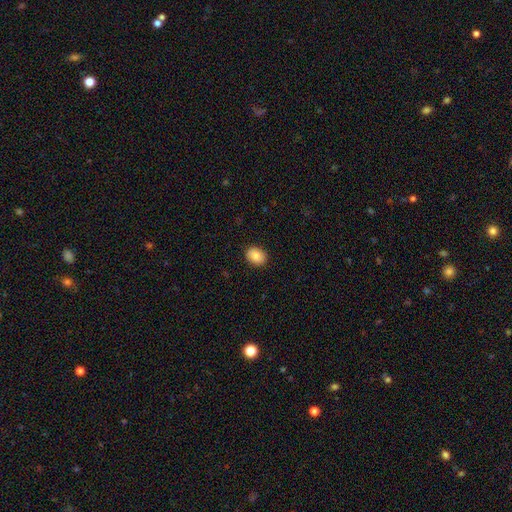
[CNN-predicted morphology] This is clearly a smooth galaxy (88%). How rounded: likely in between (65%). Merging: clearly none (90%).